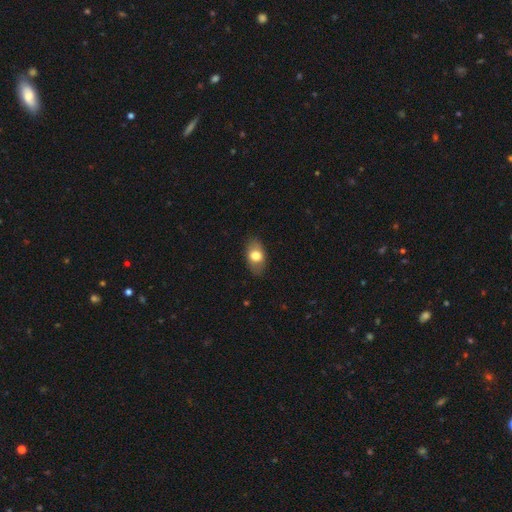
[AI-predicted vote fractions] smooth_or_featured: smooth (p=0.72) [alt: featured or disk p=0.21]
how_rounded: in between (p=0.88) [alt: round p=0.10]
merging: none (p=0.83) [alt: minor disturbance p=0.13]